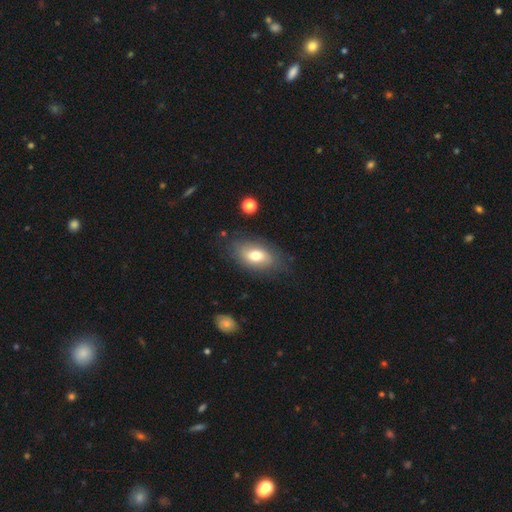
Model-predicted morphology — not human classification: This is likely a smooth galaxy (69%). How rounded: clearly in between (90%). Merging: likely none (76%).